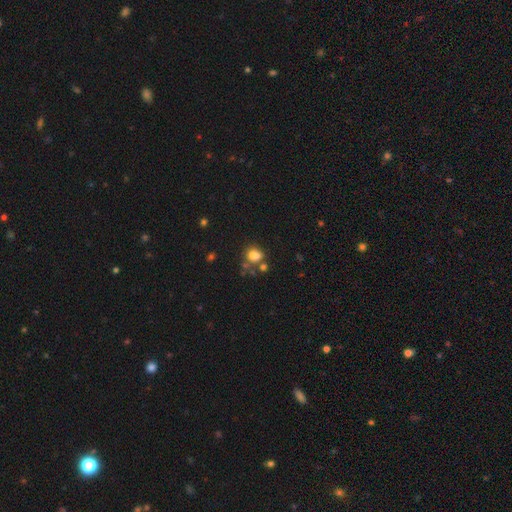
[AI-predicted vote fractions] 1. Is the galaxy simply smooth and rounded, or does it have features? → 79% smooth, 13% star or artifact, 8% featured or disk.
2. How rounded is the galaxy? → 52% round, 47% in between, 1% cigar-shaped.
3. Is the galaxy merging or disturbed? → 56% none, 20% merger, 16% minor disturbance, 8% major disturbance.